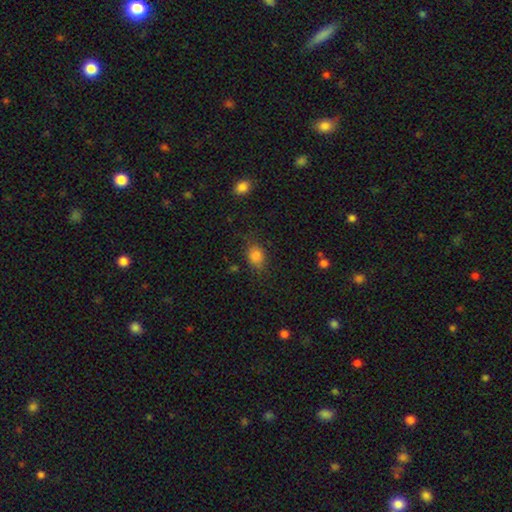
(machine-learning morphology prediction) A smooth galaxy with no disk features (83%) that is in between round and cigar-shaped (61%).

Vote fractions:
- Smooth or featured? smooth: 83% / star or artifact: 11% / featured or disk: 6%
- How rounded? in between: 61% / round: 38% / cigar-shaped: 2%
- Merging? none: 70% / minor disturbance: 20% / major disturbance: 8% / merger: 2%